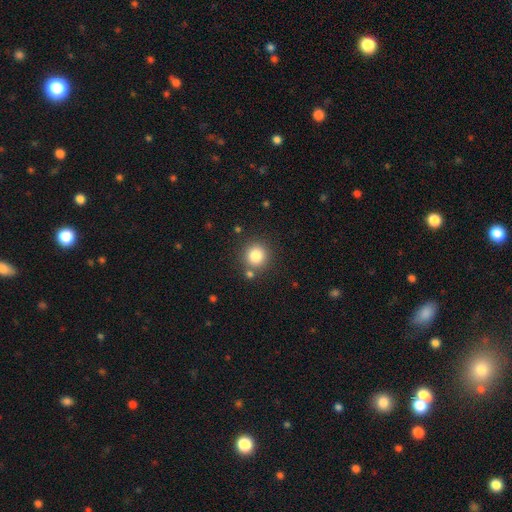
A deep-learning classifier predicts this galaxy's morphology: This appears to be a smooth galaxy with no disk features (82%) that is round (91%). Merging: none (81%).